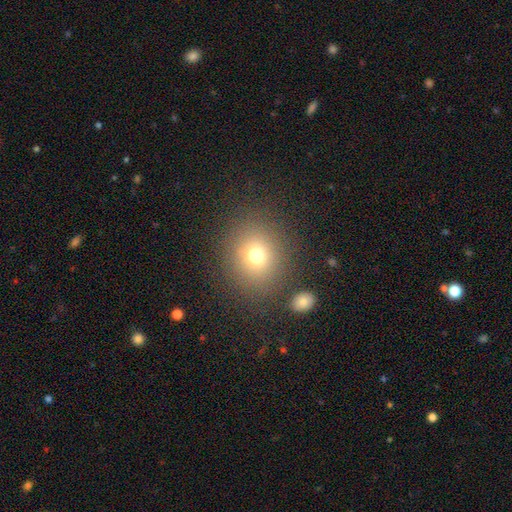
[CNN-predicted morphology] The model was most divided on "how rounded": round: 77%, in between: 22%, cigar-shaped: 1%. More confident: merging — none (83%); smooth or featured — smooth (74%).